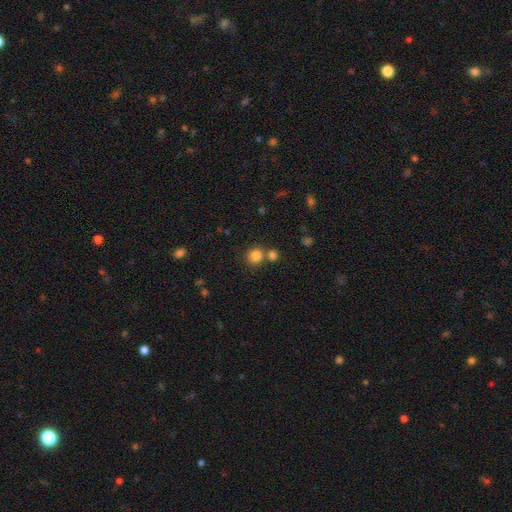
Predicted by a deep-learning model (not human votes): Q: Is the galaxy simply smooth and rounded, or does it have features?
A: smooth — 82%.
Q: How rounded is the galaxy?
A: round — 89%.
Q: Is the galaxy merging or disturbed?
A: none — 68%.